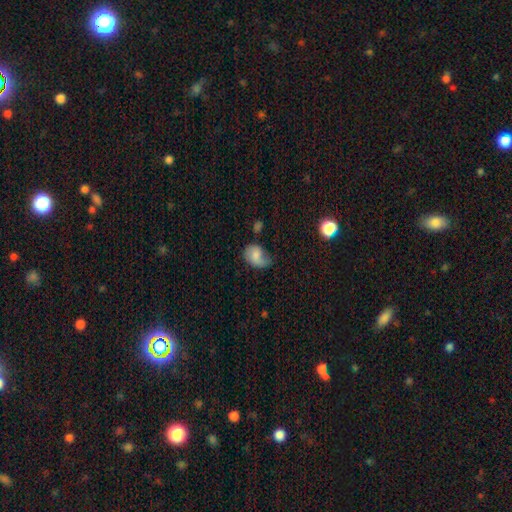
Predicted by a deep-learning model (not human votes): Q: Smooth or featured?
A: smooth (64%); runner-up: featured or disk (27%)
Q: How rounded?
A: in between (69%); runner-up: round (30%)
Q: Merging?
A: minor disturbance (37%); runner-up: none (35%)